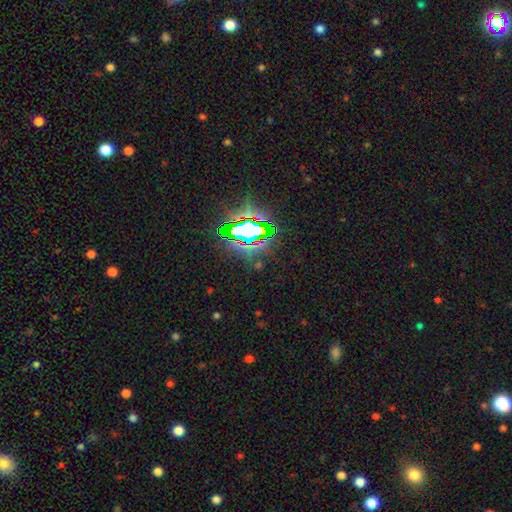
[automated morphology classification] A star or artifact, not a galaxy (81%).

Vote fractions:
- Smooth or featured? star or artifact: 81% / smooth: 10% / featured or disk: 9%